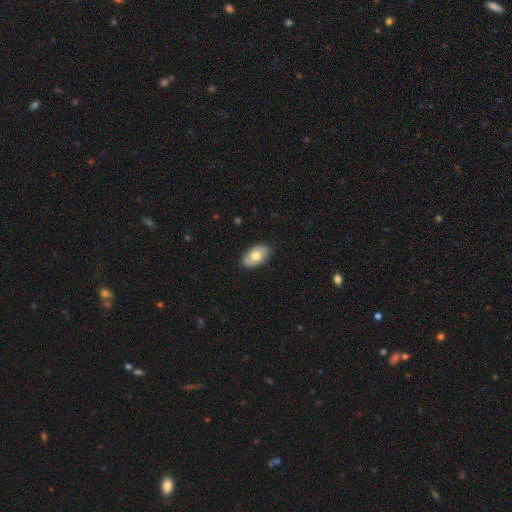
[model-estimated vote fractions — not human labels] A smooth galaxy with no disk features (63%) that is in between round and cigar-shaped (92%).

Vote fractions:
- Smooth or featured? smooth: 63% / featured or disk: 31% / star or artifact: 6%
- How rounded? in between: 92% / round: 7% / cigar-shaped: 1%
- Merging? none: 82% / minor disturbance: 14% / major disturbance: 2% / merger: 1%